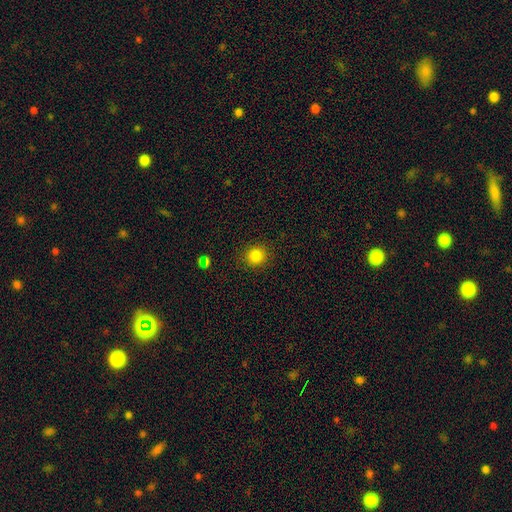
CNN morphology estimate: This is clearly a smooth galaxy (84%). How rounded: clearly round (89%). Merging: clearly none (89%).